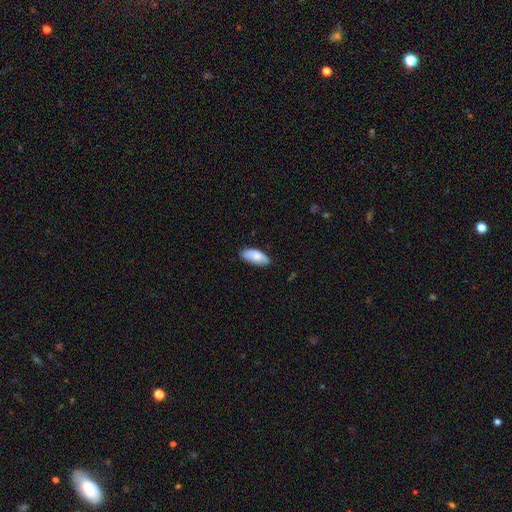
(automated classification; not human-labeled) Q: Smooth or featured?
A: smooth (83%); runner-up: featured or disk (11%)
Q: How rounded?
A: in between (88%); runner-up: cigar-shaped (10%)
Q: Merging?
A: none (75%); runner-up: minor disturbance (21%)